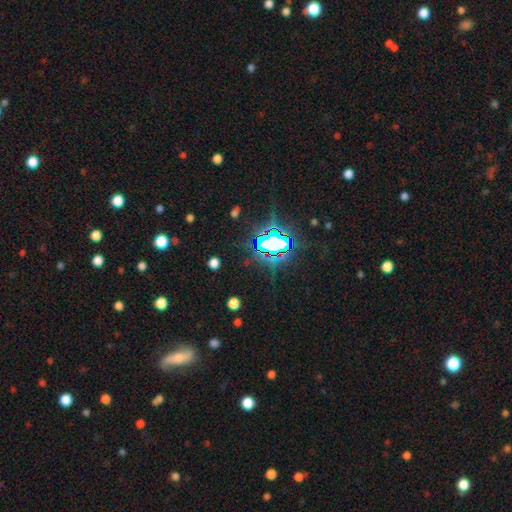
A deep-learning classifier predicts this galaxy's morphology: Smooth or featured? star or artifact (81%)